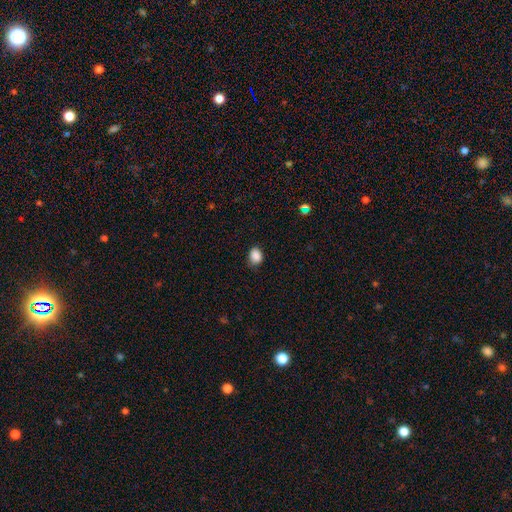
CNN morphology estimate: type=smooth (88%); roundness=in between (61%); merging=none (78%).